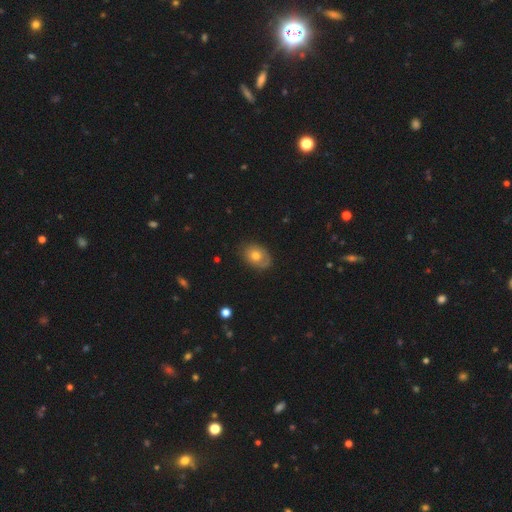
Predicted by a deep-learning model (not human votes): Smooth or featured: smooth — 60% (featured or disk — 32%)
How rounded: in between — 69% (round — 30%)
Merging: none — 73% (minor disturbance — 20%)